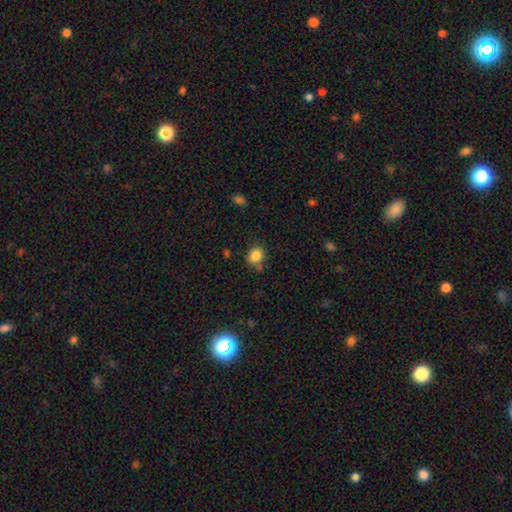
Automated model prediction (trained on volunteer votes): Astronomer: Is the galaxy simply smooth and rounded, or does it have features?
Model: smooth — 85%.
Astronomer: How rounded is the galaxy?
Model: round — 64%.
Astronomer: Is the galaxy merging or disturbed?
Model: none — 74%.